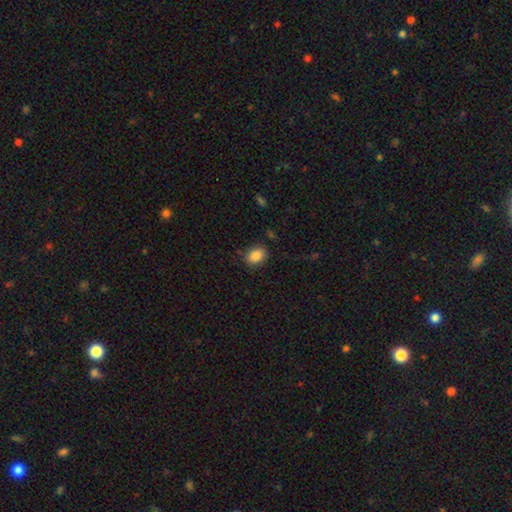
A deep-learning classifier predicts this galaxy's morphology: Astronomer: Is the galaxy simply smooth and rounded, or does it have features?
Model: smooth — 87%.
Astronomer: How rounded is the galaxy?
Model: in between — 68%.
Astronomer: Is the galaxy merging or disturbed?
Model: none — 84%.